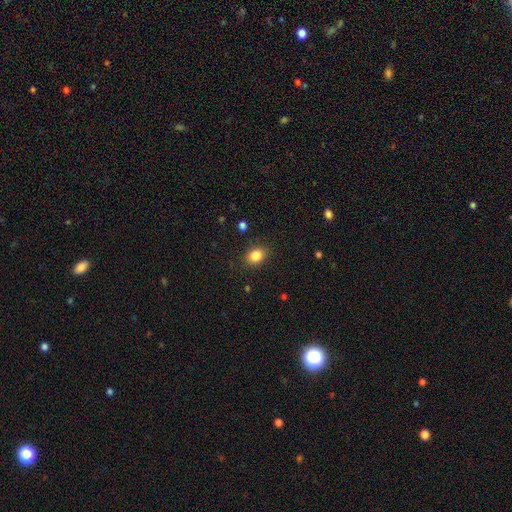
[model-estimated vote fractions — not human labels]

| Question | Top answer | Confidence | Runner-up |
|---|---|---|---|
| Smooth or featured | smooth | 84% | star or artifact (10%) |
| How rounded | in between | 63% | round (35%) |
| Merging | none | 86% | minor disturbance (10%) |